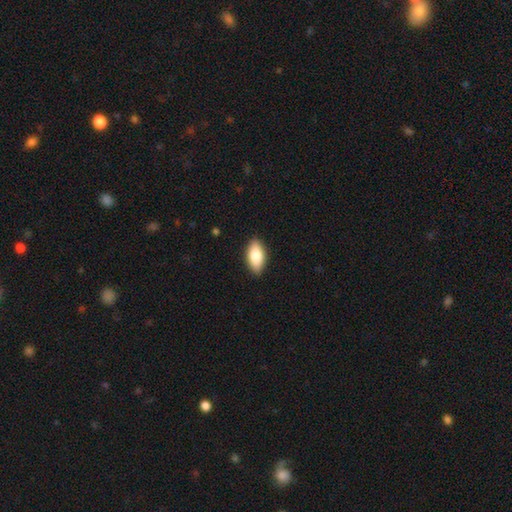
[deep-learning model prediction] Morphology: type=smooth (82%); roundness=in between (90%); merging=none (89%).